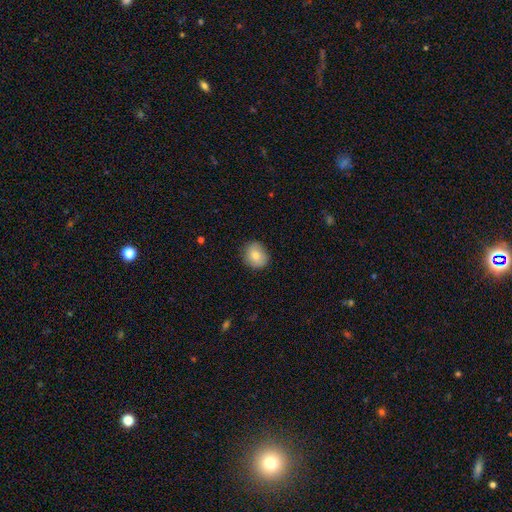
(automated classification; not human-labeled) A smooth galaxy with no disk features (79%) that is round (72%). Merging: none (85%).